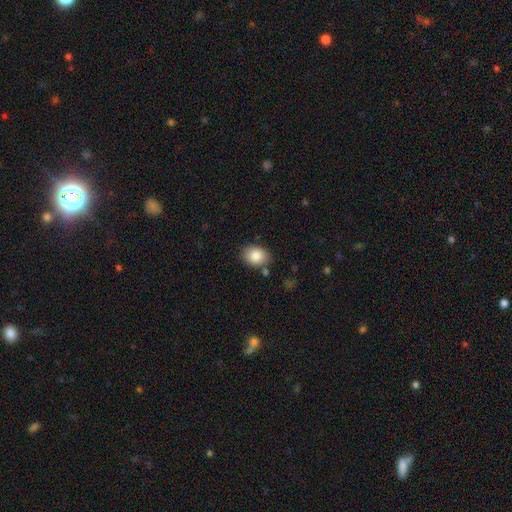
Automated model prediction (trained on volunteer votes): A smooth galaxy with no disk features (85%) that is in between round and cigar-shaped (67%).

Vote fractions:
- Smooth or featured? smooth: 85% / star or artifact: 8% / featured or disk: 7%
- How rounded? in between: 67% / round: 32% / cigar-shaped: 1%
- Merging? none: 81% / minor disturbance: 12% / merger: 4% / major disturbance: 3%